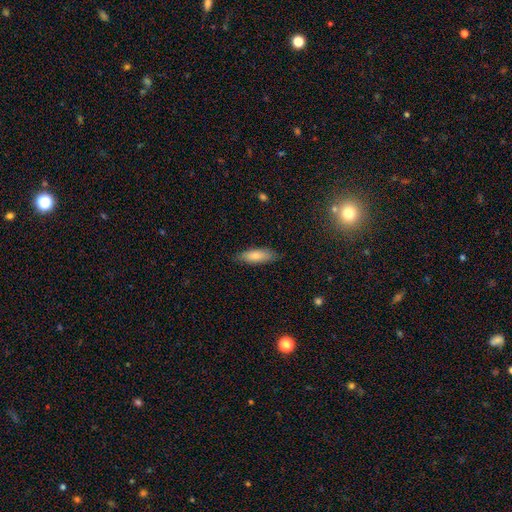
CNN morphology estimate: A smooth galaxy with no disk features (81%) that is in between round and cigar-shaped (58%).

Vote fractions:
- Smooth or featured? smooth: 81% / featured or disk: 12% / star or artifact: 6%
- How rounded? in between: 58% / cigar-shaped: 41% / round: 2%
- Merging? none: 82% / minor disturbance: 14% / major disturbance: 3% / merger: 1%